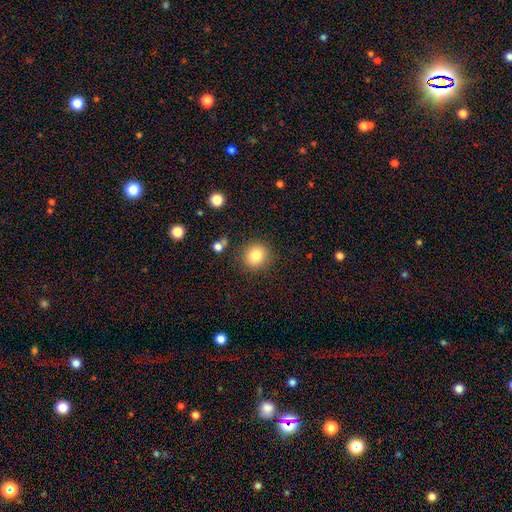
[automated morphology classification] smooth 82%, star or artifact 10%, featured or disk 7%. Down the decision tree: how rounded — round (89%); merging — none (86%).